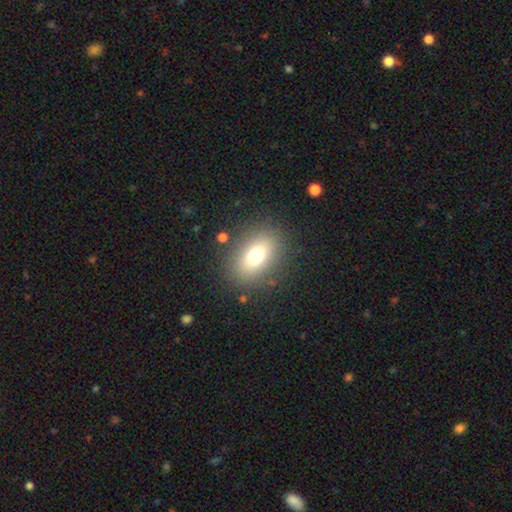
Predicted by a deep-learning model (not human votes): smooth 73%, featured or disk 14%, star or artifact 13%. Down the decision tree: how rounded — in between (71%); merging — none (84%).